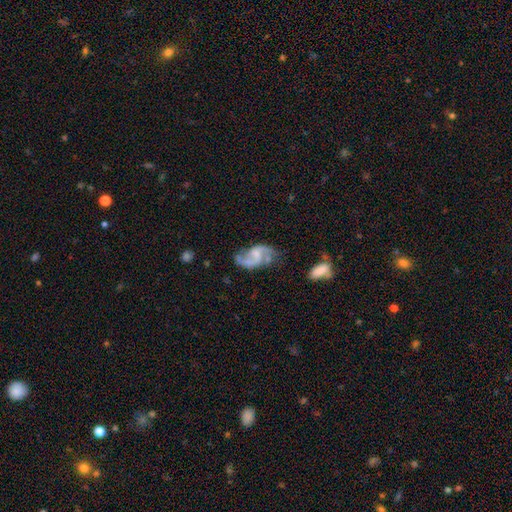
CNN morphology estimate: A featured or disk galaxy (86%) with a weak bar (47%), 2 (91%) loose (53%) spiral arms (95%) and no central bulge (41%).

Vote fractions:
- Smooth or featured? featured or disk: 86% / smooth: 8% / star or artifact: 6%
- Edge-on disk? no: 98% / yes: 2%
- Bar? weak: 47% / no: 40% / strong: 13%
- Spiral arms? yes: 95% / no: 5%
- Spiral winding? loose: 53% / medium: 39% / tight: 9%
- Spiral arm count? 2: 91% / can't tell: 3% / 1: 2% / 3: 1% / 4: 1% / more than 4: 1%
- Bulge size? none: 41% / small: 34% / moderate: 21% / large: 3% / dominant: 1%
- Merging? none: 61% / minor disturbance: 21% / major disturbance: 13% / merger: 5%